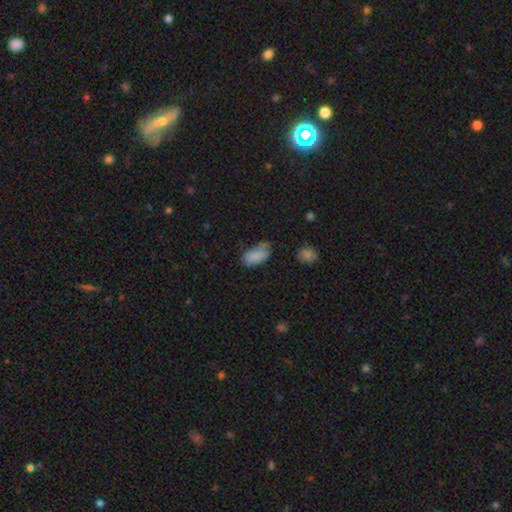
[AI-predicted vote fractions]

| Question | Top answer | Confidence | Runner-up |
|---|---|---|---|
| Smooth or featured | smooth | 82% | featured or disk (9%) |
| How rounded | in between | 93% | round (4%) |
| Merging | none | 53% | minor disturbance (33%) |